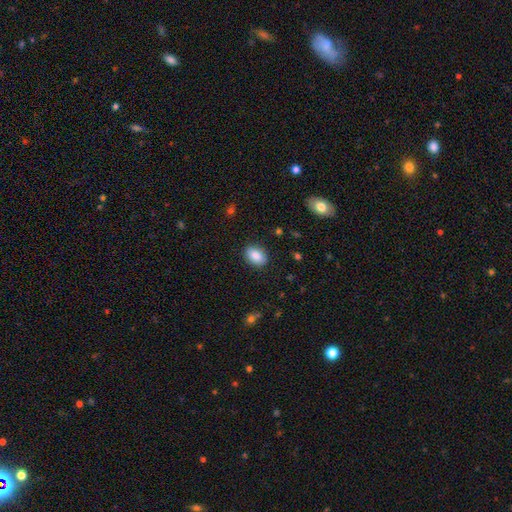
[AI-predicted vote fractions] smooth-or-featured: smooth: 86% | star or artifact: 8% | featured or disk: 7%
  how-rounded: in between: 83% | round: 16% | cigar-shaped: 2%
  merging: none: 88% | minor disturbance: 9% | major disturbance: 2% | merger: 1%